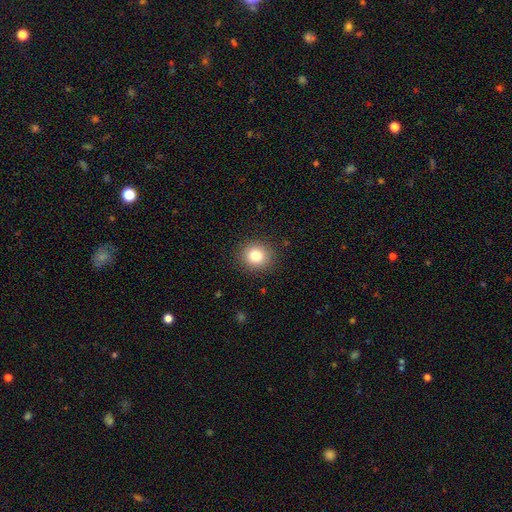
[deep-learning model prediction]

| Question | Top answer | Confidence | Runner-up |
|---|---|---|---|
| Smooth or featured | smooth | 82% | star or artifact (11%) |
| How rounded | round | 83% | in between (16%) |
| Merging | none | 89% | minor disturbance (8%) |